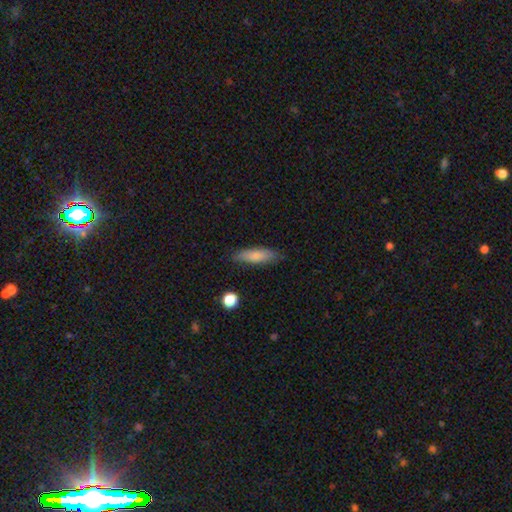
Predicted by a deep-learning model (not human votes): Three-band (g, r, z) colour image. It shows a smooth galaxy with no disk features (78%) that is cigar-shaped (56%). Merging: none (80%).